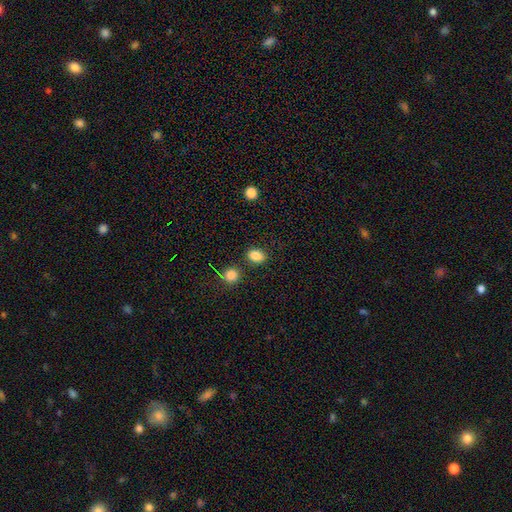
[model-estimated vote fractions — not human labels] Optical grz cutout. It shows a smooth galaxy with no disk features (85%) that is in between round and cigar-shaped (72%). Merging: none (81%).